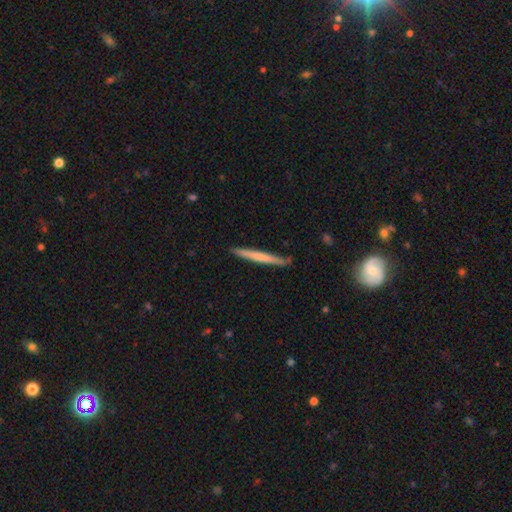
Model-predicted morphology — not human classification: A smooth galaxy with no disk features (54%) that is cigar-shaped (97%).

Vote fractions:
- Smooth or featured? smooth: 54% / featured or disk: 40% / star or artifact: 5%
- How rounded? cigar-shaped: 97% / in between: 2% / round: 1%
- Merging? none: 90% / minor disturbance: 7% / major disturbance: 1% / merger: 1%